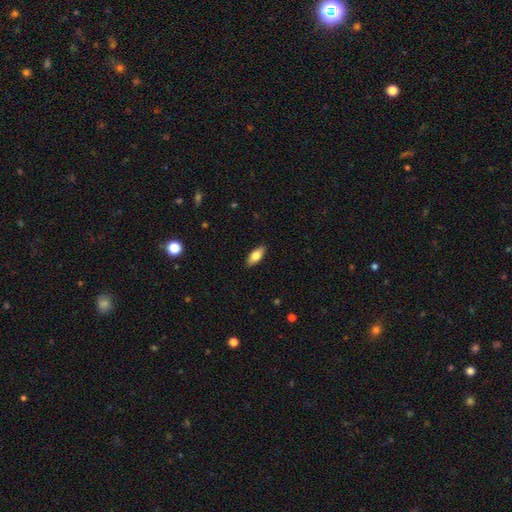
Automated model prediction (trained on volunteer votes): Smooth or featured? Predicted: smooth (p=0.73). How rounded? Predicted: in between (p=0.81). Merging? Predicted: none (p=0.89).